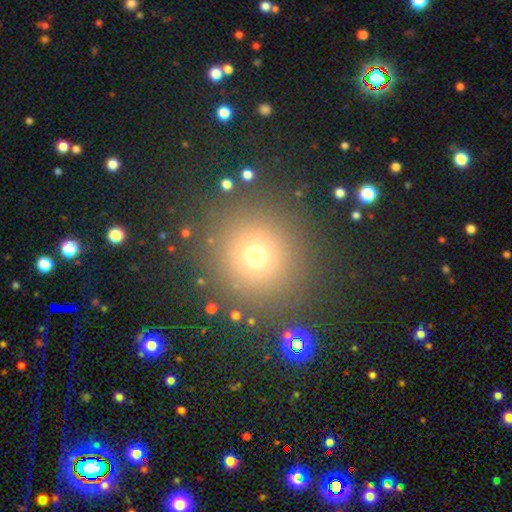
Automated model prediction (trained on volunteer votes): smooth-or-featured: smooth: 66% | star or artifact: 26% | featured or disk: 7%
  how-rounded: round: 94% | in between: 5% | cigar-shaped: 1%
  merging: none: 88% | minor disturbance: 6% | major disturbance: 4% | merger: 3%